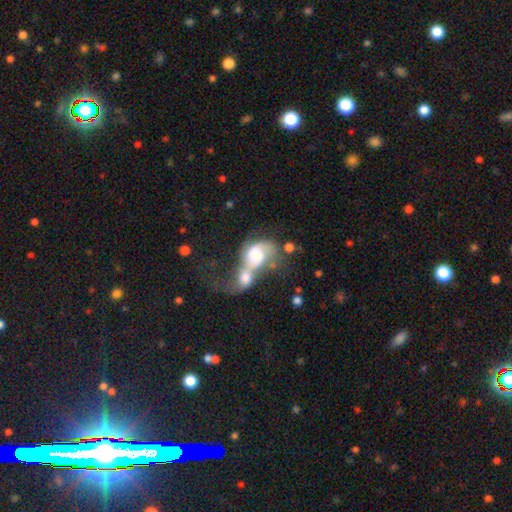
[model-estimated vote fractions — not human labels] This appears to be a featured or disk galaxy (50%). Merging: merger (78%).